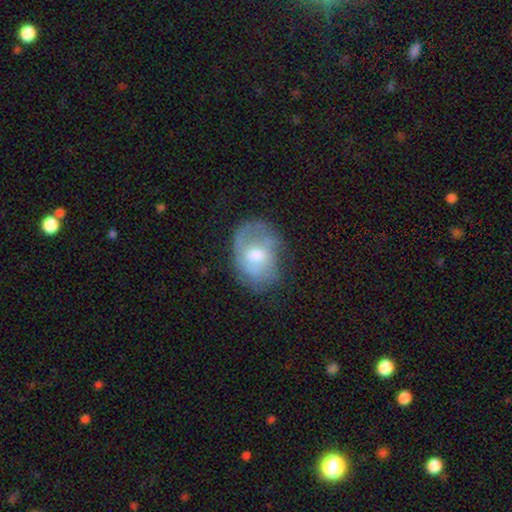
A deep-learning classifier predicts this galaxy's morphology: smooth-or-featured: featured or disk: 50% | smooth: 42% | star or artifact: 8%
  disk-edge-on: no: 96% | yes: 4%
  merging: none: 49% | minor disturbance: 29% | major disturbance: 20% | merger: 2%